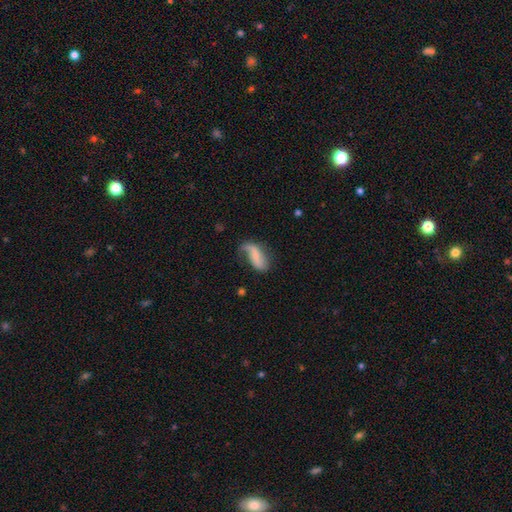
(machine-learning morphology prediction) This appears to be a featured or disk galaxy (52%). Merging: none (42%).